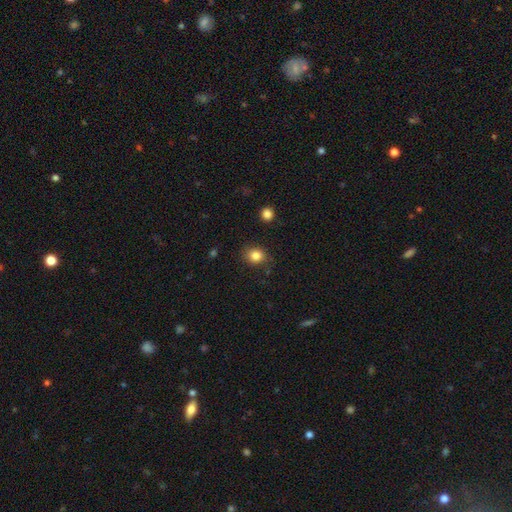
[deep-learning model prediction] A smooth galaxy with no disk features (84%) that is round (69%).

Vote fractions:
- Smooth or featured? smooth: 84% / star or artifact: 11% / featured or disk: 5%
- How rounded? round: 69% / in between: 30% / cigar-shaped: 1%
- Merging? none: 84% / minor disturbance: 12% / major disturbance: 3% / merger: 2%